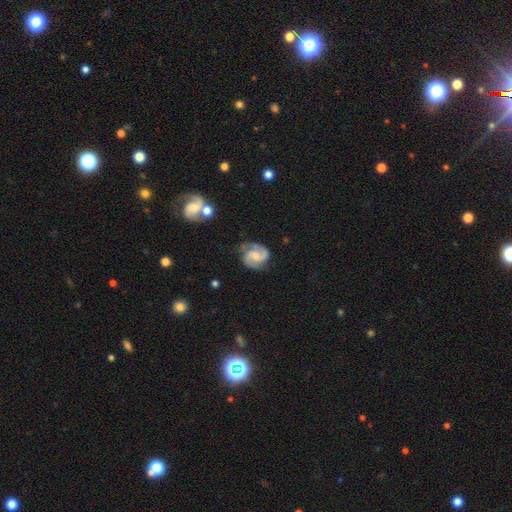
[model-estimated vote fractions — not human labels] Q: Smooth or featured?
A: featured or disk (88%); runner-up: smooth (7%)
Q: Edge-on disk?
A: no (98%); runner-up: yes (2%)
Q: Bar?
A: no (47%); runner-up: weak (44%)
Q: Spiral arms?
A: yes (98%); runner-up: no (2%)
Q: Spiral winding?
A: medium (55%); runner-up: tight (32%)
Q: Spiral arm count?
A: 2 (92%); runner-up: can't tell (3%)
Q: Bulge size?
A: moderate (45%); runner-up: small (41%)
Q: Merging?
A: none (74%); runner-up: minor disturbance (19%)